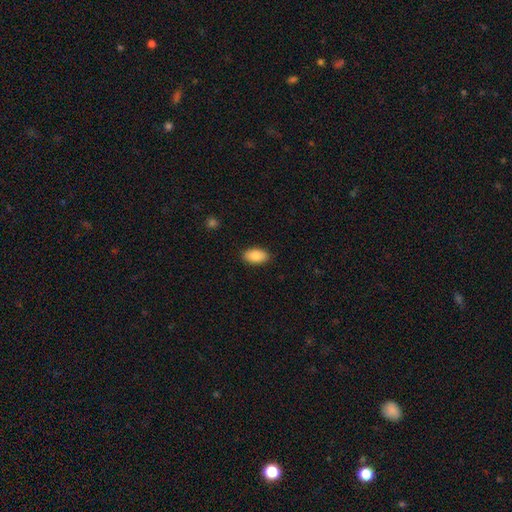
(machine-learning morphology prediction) smooth_or_featured: smooth (p=0.88) [alt: star or artifact p=0.07]
how_rounded: in between (p=0.94) [alt: round p=0.04]
merging: none (p=0.89) [alt: minor disturbance p=0.08]